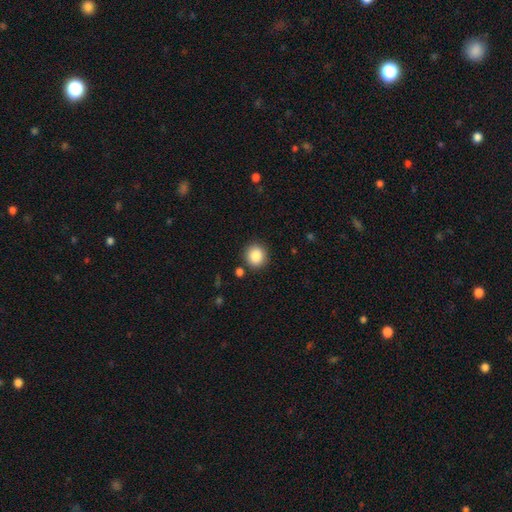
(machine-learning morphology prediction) Smooth or featured: smooth — 87% (star or artifact — 9%)
How rounded: round — 86% (in between — 13%)
Merging: none — 87% (minor disturbance — 7%)